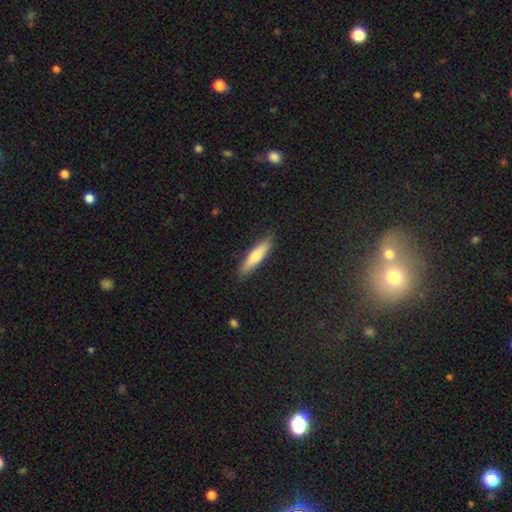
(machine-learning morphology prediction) type=smooth (69%); roundness=cigar-shaped (79%); merging=none (88%).